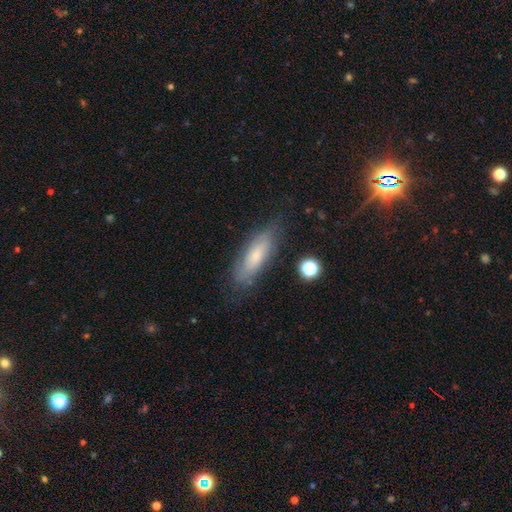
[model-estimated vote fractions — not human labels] Smooth or featured: smooth — 58% (featured or disk — 33%)
How rounded: in between — 50% (cigar-shaped — 48%)
Merging: none — 75% (minor disturbance — 18%)